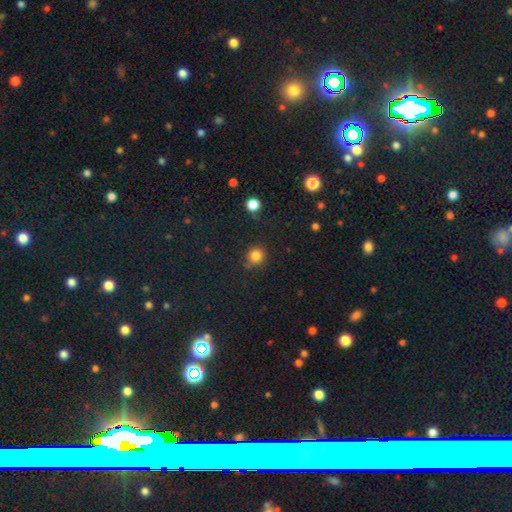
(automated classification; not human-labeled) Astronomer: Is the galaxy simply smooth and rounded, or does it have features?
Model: smooth — 83%.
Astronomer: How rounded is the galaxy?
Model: round — 92%.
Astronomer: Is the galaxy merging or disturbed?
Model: none — 79%.